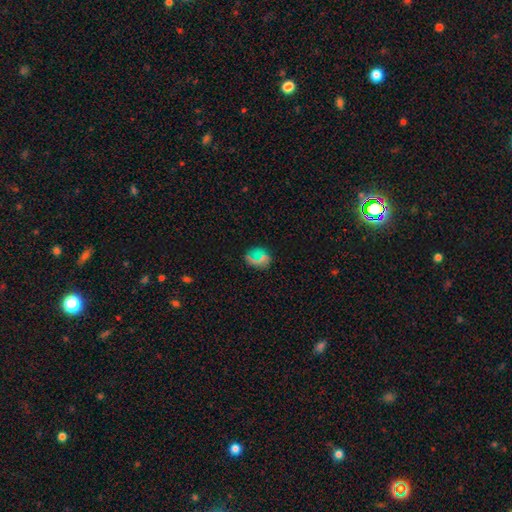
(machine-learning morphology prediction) This is possibly a smooth galaxy (48%). Merging: likely none (74%).